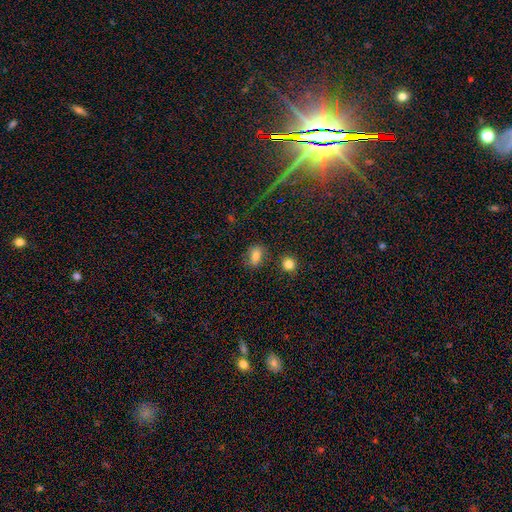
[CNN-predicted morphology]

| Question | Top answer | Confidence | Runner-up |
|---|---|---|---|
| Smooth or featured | smooth | 77% | star or artifact (12%) |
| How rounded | in between | 69% | round (28%) |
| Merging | none | 76% | minor disturbance (15%) |